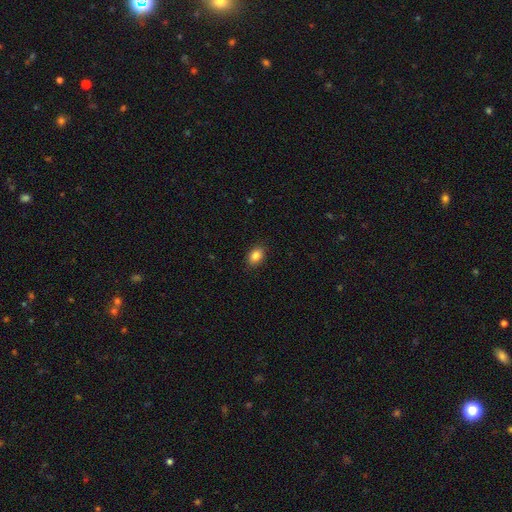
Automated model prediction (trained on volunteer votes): Smooth or featured? smooth (85%)
How rounded? in between (77%)
Merging? none (88%)